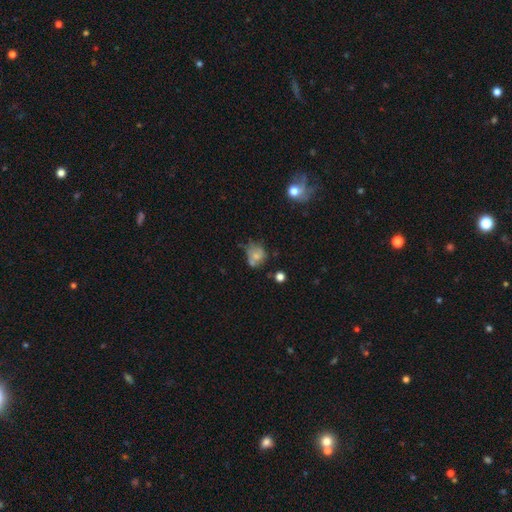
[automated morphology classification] A smooth galaxy with no disk features (63%) that is round (64%).

Vote fractions:
- Smooth or featured? smooth: 63% / featured or disk: 25% / star or artifact: 12%
- How rounded? round: 64% / in between: 35% / cigar-shaped: 1%
- Merging? none: 39% / minor disturbance: 27% / merger: 20% / major disturbance: 14%